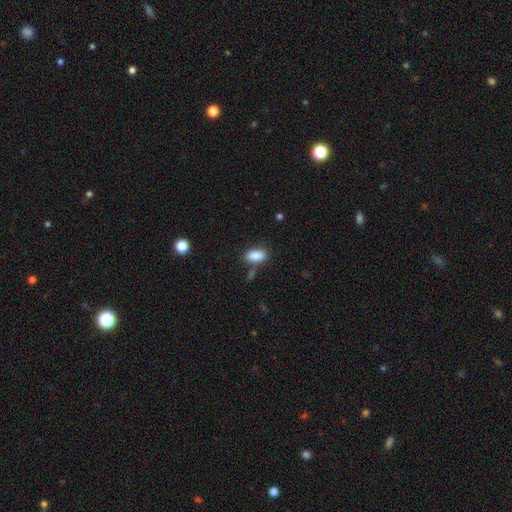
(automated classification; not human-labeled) This appears to be a smooth galaxy with no disk features (88%) that is in between round and cigar-shaped (90%). Merging: none (75%).